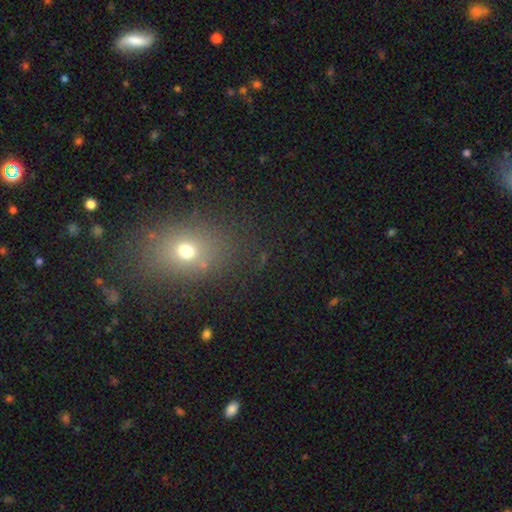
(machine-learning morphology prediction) Smooth or featured?
  - smooth: 57% *
  - star or artifact: 30%
  - featured or disk: 13%
How rounded?
  - in between: 55% *
  - round: 43%
  - cigar-shaped: 2%
Merging?
  - none: 81% *
  - minor disturbance: 11%
  - major disturbance: 5%
  - merger: 3%